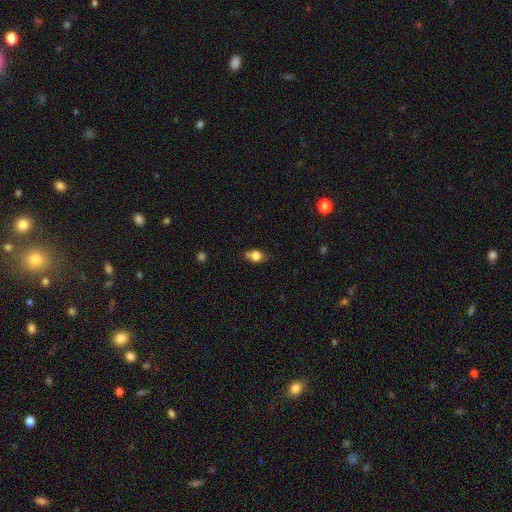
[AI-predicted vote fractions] smooth-or-featured: smooth: 75% | featured or disk: 13% | star or artifact: 12%
  how-rounded: round: 50% | in between: 47% | cigar-shaped: 3%
  merging: none: 53% | minor disturbance: 24% | merger: 16% | major disturbance: 8%